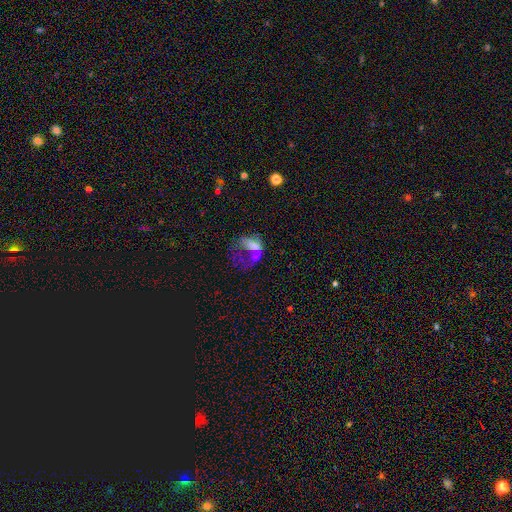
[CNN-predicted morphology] A smooth galaxy with no disk features (47%). Merging: major disturbance (42%).